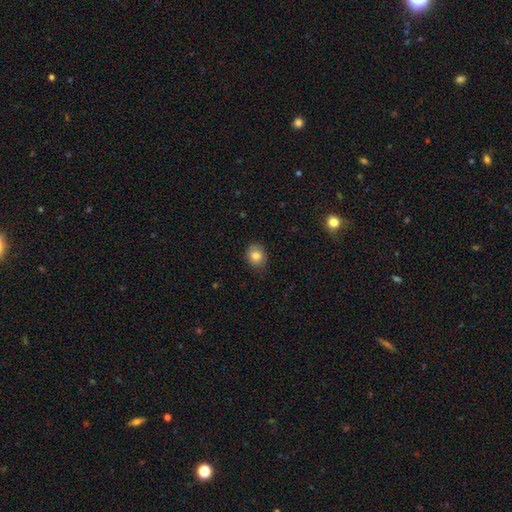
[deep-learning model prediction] Overall: smooth (84%). How rounded: round (56%; in between 43%). Merging: none (81%).